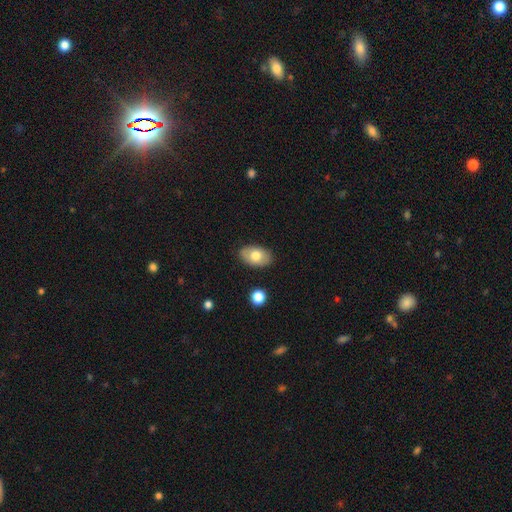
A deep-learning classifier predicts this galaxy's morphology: Overall: smooth (73%). How rounded: in between (90%). Merging: none (85%).